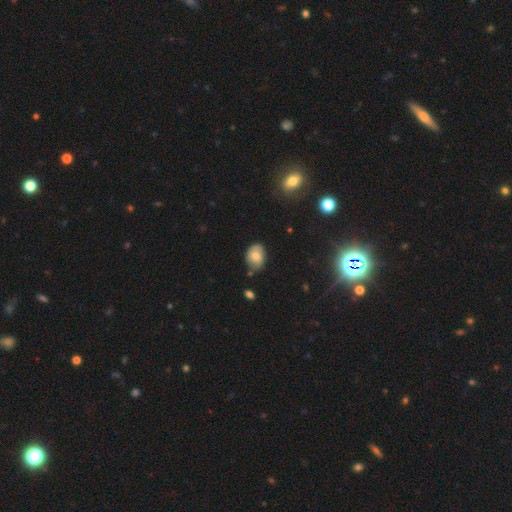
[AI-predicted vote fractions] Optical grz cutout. It shows a smooth galaxy with no disk features (71%) that is in between round and cigar-shaped (73%). Merging: none (64%).